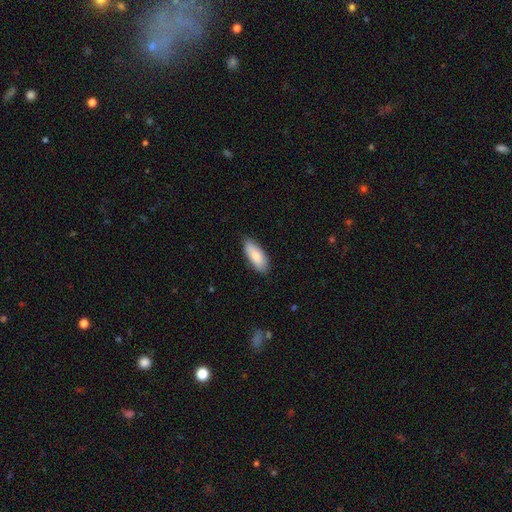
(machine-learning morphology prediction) type=smooth (86%); roundness=in between (80%); merging=none (82%).